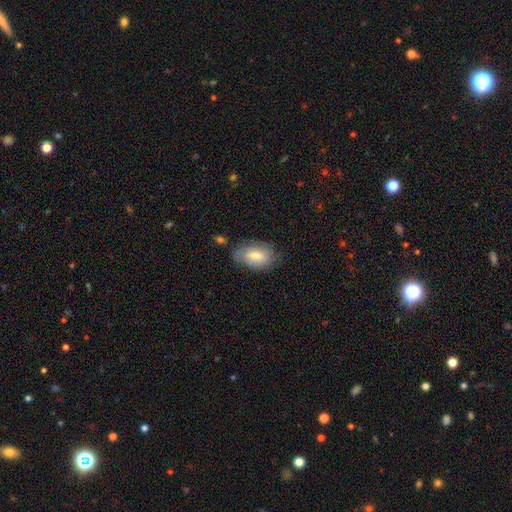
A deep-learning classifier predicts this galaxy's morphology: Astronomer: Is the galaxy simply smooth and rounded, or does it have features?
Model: smooth — 65%.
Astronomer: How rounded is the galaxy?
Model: in between — 90%.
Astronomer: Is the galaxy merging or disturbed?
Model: none — 66%.